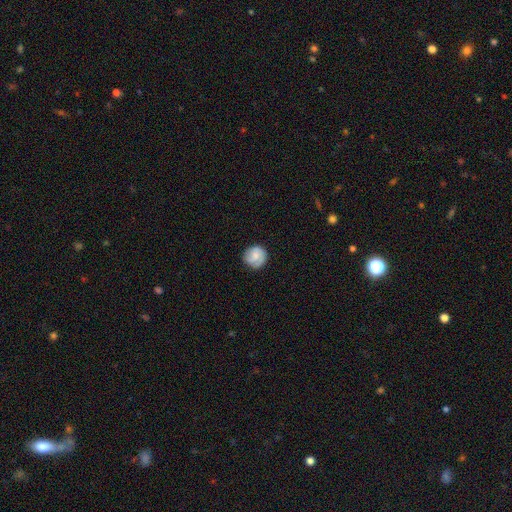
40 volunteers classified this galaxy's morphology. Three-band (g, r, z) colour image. It shows a smooth galaxy with no disk features (52%) that is round (100%). Merging: none (87%).